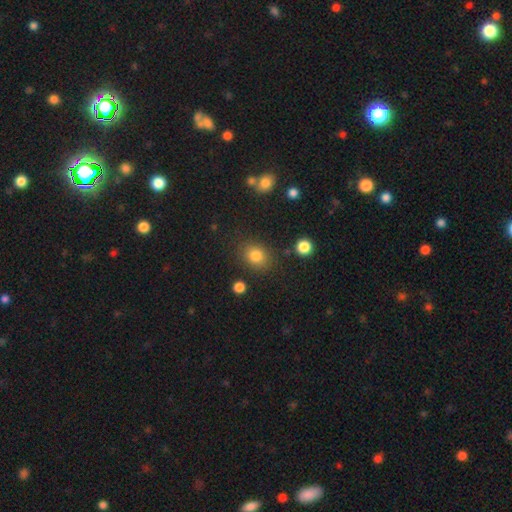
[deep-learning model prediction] Smooth or featured? Predicted: smooth (p=0.82). How rounded? Predicted: round (p=0.57). Merging? Predicted: none (p=0.82).